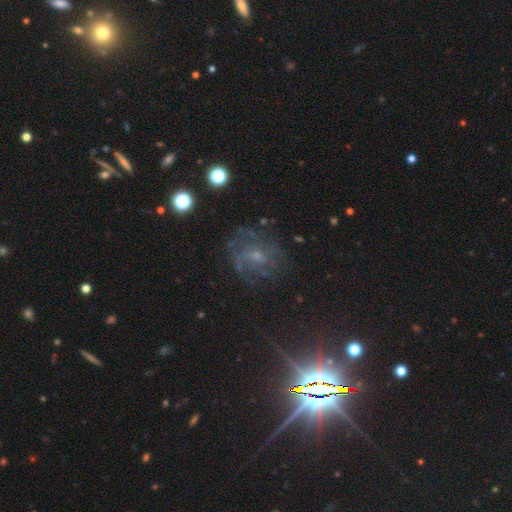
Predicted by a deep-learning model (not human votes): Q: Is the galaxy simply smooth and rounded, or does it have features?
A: featured or disk — 64%.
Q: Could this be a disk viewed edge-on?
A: no — 96%.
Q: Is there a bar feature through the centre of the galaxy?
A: no — 62%.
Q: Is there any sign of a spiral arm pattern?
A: yes — 85%.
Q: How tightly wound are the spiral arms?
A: medium — 42%.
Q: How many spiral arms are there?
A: can't tell — 43%.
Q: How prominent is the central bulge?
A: small — 60%.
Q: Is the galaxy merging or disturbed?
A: none — 68%.